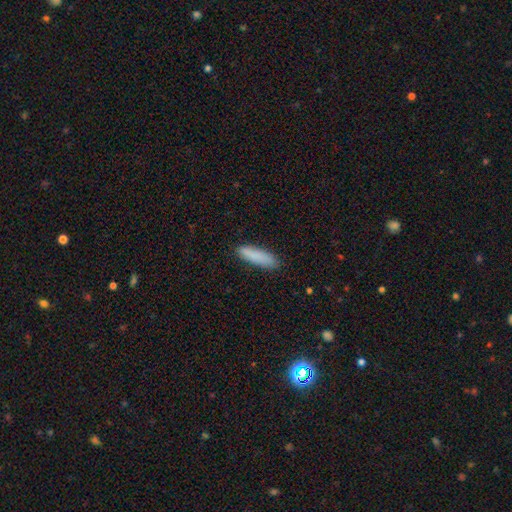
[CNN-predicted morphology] Overall: smooth (87%). How rounded: cigar-shaped (71%). Merging: none (85%).